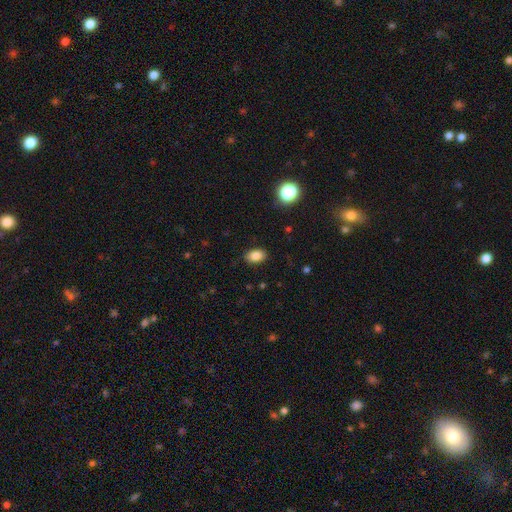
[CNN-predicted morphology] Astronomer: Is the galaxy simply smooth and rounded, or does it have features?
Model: smooth — 85%.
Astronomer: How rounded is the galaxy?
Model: in between — 87%.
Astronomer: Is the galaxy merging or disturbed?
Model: none — 88%.